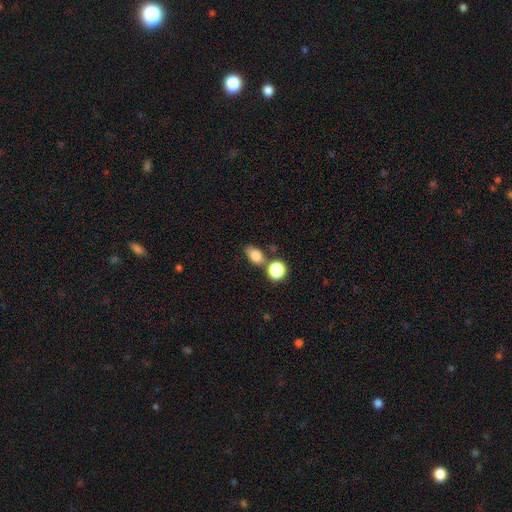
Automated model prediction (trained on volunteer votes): Smooth or featured: smooth — 80% (star or artifact — 11%)
How rounded: in between — 77% (round — 21%)
Merging: none — 61% (merger — 20%)